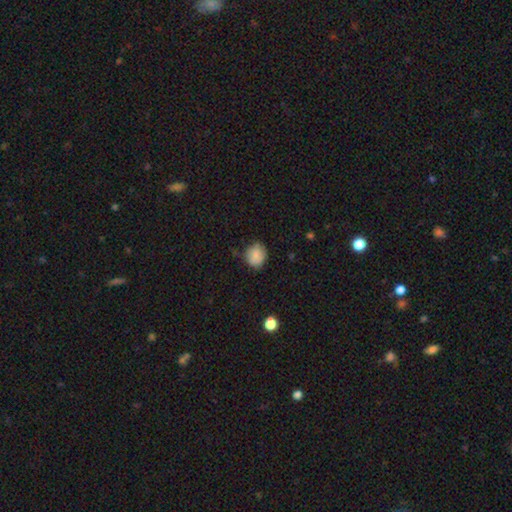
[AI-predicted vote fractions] Smooth or featured? Predicted: smooth (p=0.85). How rounded? Predicted: round (p=0.68). Merging? Predicted: none (p=0.69).